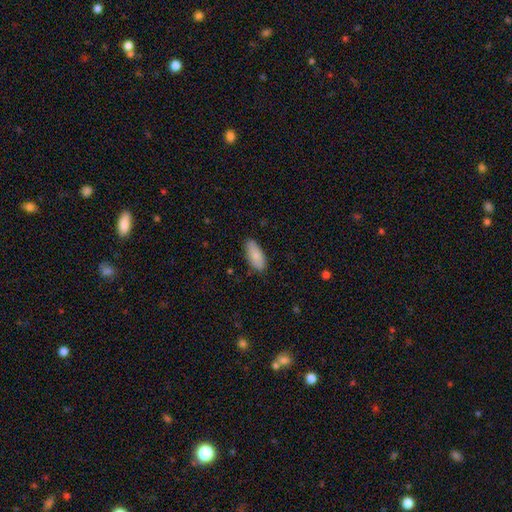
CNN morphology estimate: smooth 82%, featured or disk 12%, star or artifact 6%. Down the decision tree: how rounded — in between (88%); merging — none (83%).